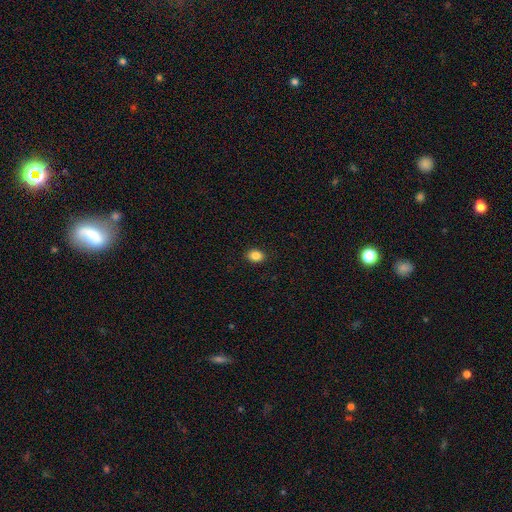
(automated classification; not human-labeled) smooth 85%, star or artifact 10%, featured or disk 5%. Down the decision tree: how rounded — in between (58%); merging — none (90%).